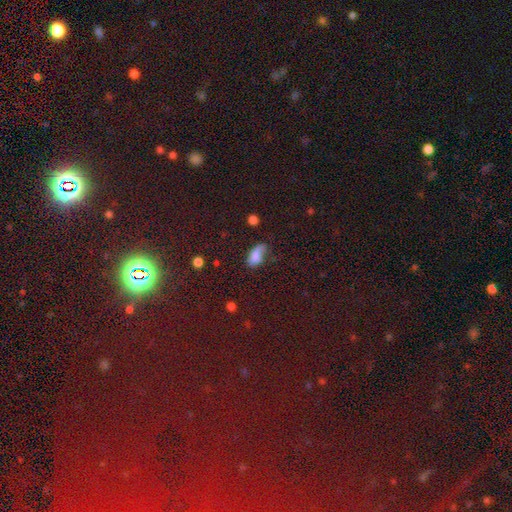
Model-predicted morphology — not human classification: smooth 73%, featured or disk 14%, star or artifact 13%. Down the decision tree: how rounded — in between (86%); merging — none (34%).